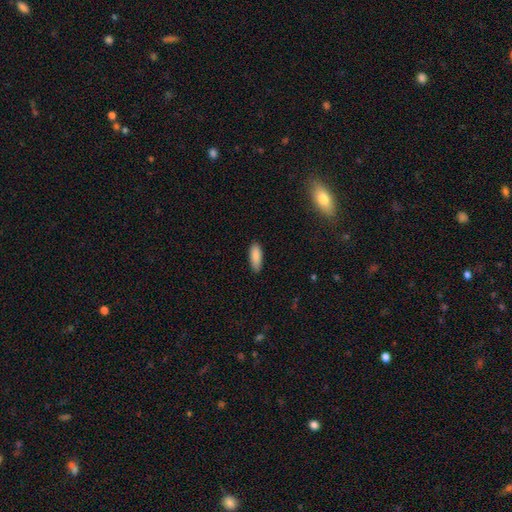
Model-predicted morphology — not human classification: A smooth galaxy with no disk features (88%) that is in between round and cigar-shaped (73%).

Vote fractions:
- Smooth or featured? smooth: 88% / star or artifact: 7% / featured or disk: 5%
- How rounded? in between: 73% / cigar-shaped: 25% / round: 2%
- Merging? none: 86% / minor disturbance: 11% / major disturbance: 2% / merger: 1%